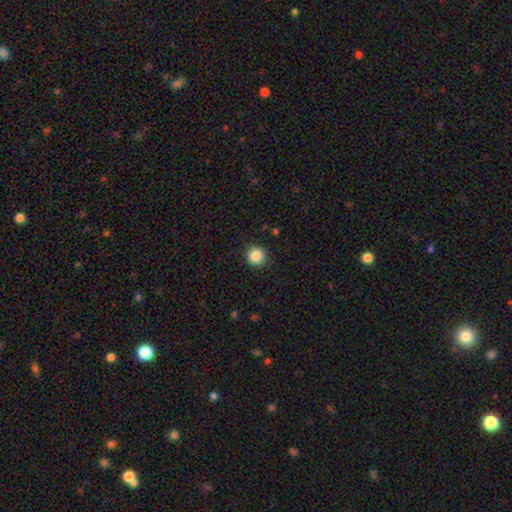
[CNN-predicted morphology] Overall: smooth (86%). How rounded: round (93%). Merging: none (91%).